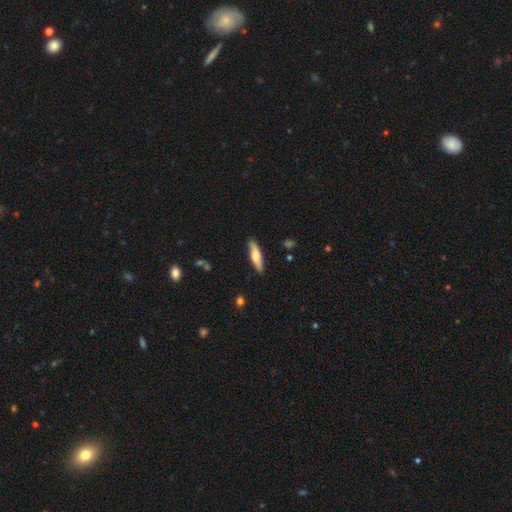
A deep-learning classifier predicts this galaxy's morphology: Smooth or featured? smooth (55%)
How rounded? cigar-shaped (73%)
Merging? none (88%)